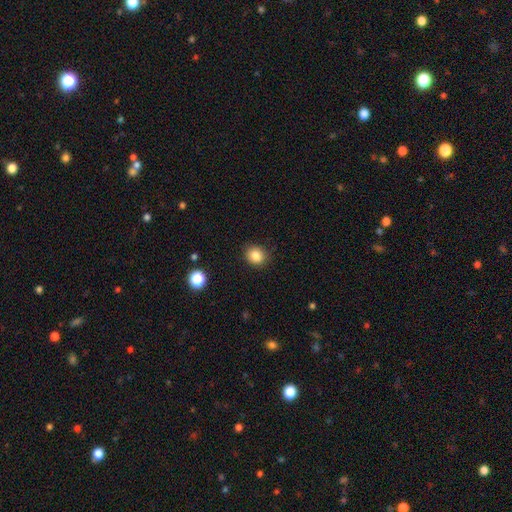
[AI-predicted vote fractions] smooth-or-featured: smooth: 84% | star or artifact: 11% | featured or disk: 5%
  how-rounded: round: 77% | in between: 22% | cigar-shaped: 1%
  merging: none: 88% | minor disturbance: 8% | major disturbance: 2% | merger: 1%